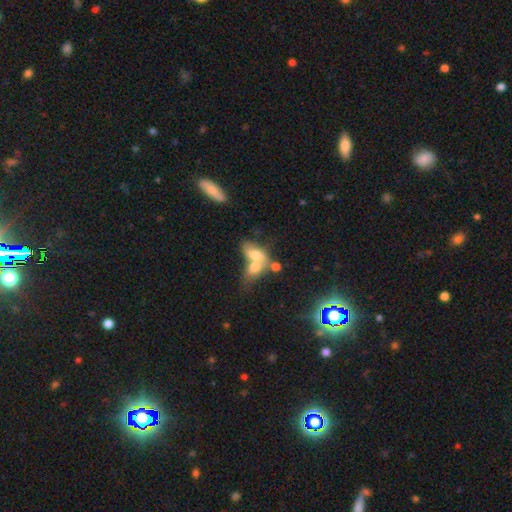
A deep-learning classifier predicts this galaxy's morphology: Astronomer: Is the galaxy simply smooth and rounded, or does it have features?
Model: smooth — 63%.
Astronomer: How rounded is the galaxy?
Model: in between — 82%.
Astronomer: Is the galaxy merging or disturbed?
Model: merger — 73%.